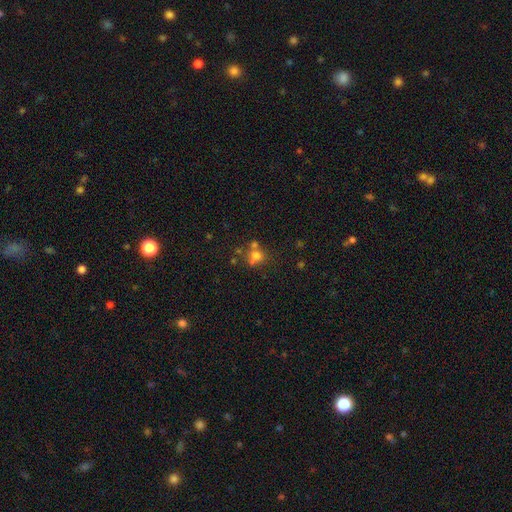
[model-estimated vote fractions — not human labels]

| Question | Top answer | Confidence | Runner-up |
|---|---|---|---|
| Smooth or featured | smooth | 66% | star or artifact (19%) |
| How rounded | round | 78% | in between (21%) |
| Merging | none | 48% | merger (33%) |